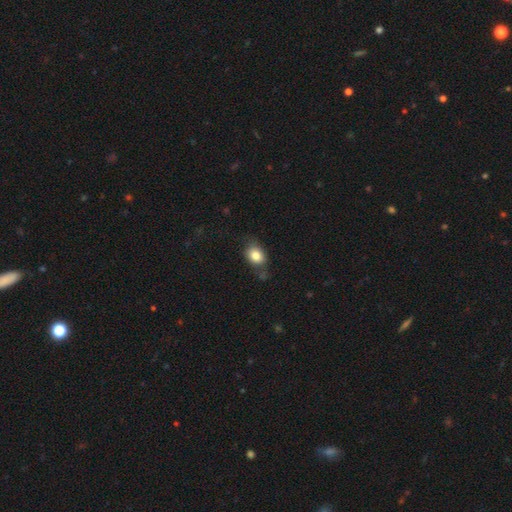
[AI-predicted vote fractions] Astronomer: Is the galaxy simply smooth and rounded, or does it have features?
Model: smooth — 83%.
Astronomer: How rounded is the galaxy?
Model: in between — 65%.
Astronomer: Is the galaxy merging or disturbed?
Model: none — 66%.